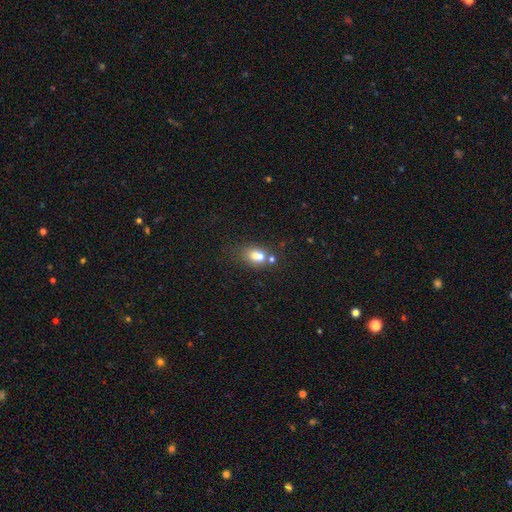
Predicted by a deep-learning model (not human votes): Smooth or featured? smooth (65%)
How rounded? in between (56%)
Merging? merger (47%)